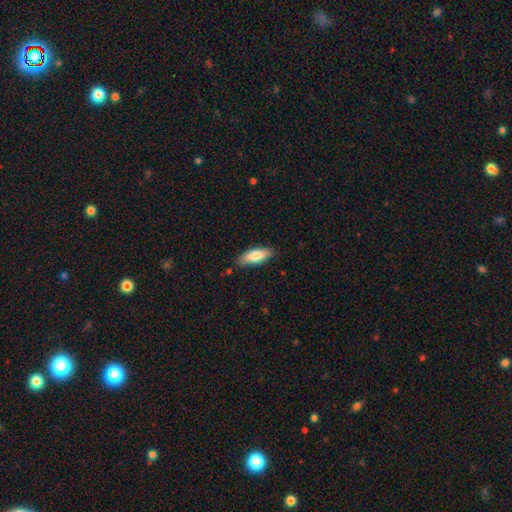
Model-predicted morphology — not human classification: The model was most divided on "how rounded": in between: 69%, cigar-shaped: 29%, round: 2%. More confident: smooth or featured — smooth (81%); merging — none (80%).